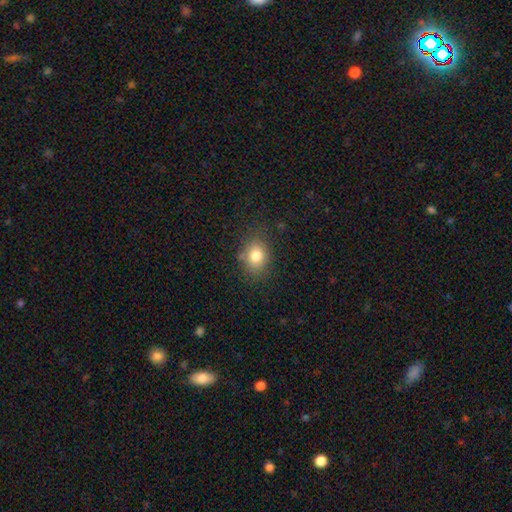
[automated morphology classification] The model was most divided on "how rounded": in between: 54%, round: 45%, cigar-shaped: 1%. More confident: smooth or featured — smooth (80%); merging — none (78%).